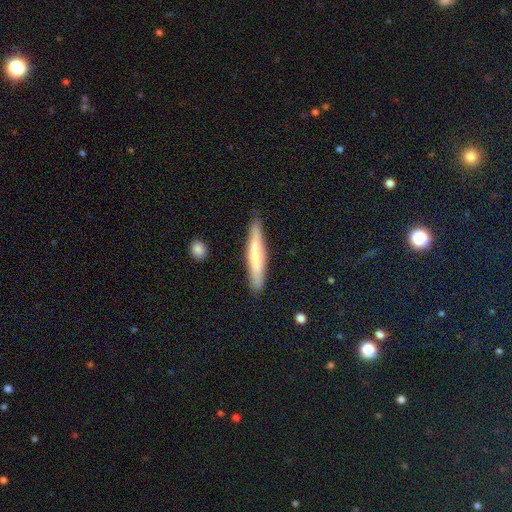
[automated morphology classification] smooth_or_featured: smooth (p=0.55) [alt: featured or disk p=0.40]
how_rounded: cigar-shaped (p=0.92) [alt: in between p=0.07]
merging: none (p=0.87) [alt: minor disturbance p=0.10]